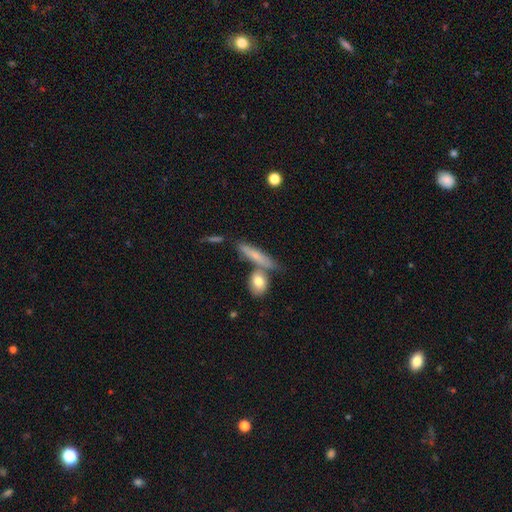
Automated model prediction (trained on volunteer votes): A smooth galaxy with no disk features (61%) that is cigar-shaped (75%).

Vote fractions:
- Smooth or featured? smooth: 61% / featured or disk: 32% / star or artifact: 7%
- How rounded? cigar-shaped: 75% / in between: 21% / round: 4%
- Merging? none: 61% / merger: 21% / minor disturbance: 14% / major disturbance: 4%